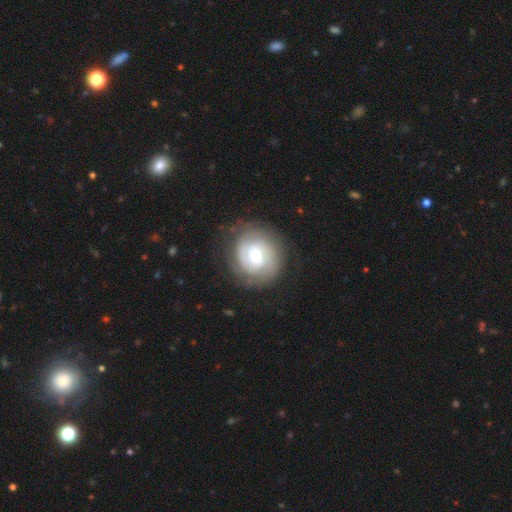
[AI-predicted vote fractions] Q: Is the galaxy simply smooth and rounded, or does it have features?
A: featured or disk — 68%.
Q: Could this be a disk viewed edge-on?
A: no — 97%.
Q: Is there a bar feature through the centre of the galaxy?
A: weak — 44%.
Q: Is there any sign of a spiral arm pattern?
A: yes — 83%.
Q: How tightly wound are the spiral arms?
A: tight — 66%.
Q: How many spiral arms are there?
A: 2 — 43%.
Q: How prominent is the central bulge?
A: moderate — 63%.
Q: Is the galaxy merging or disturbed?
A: none — 79%.